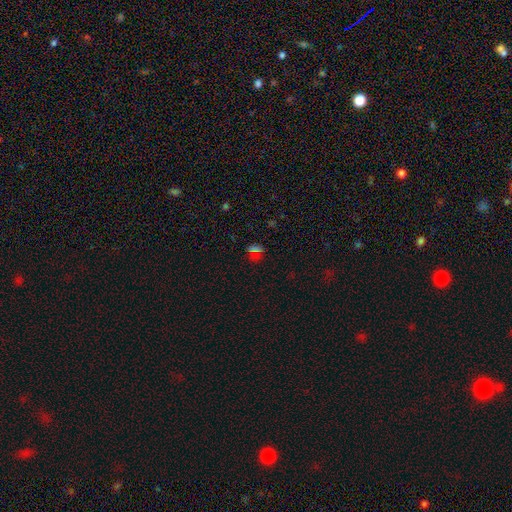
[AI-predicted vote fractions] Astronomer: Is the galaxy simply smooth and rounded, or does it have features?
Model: star or artifact — 49% (runner-up: smooth, 42%).